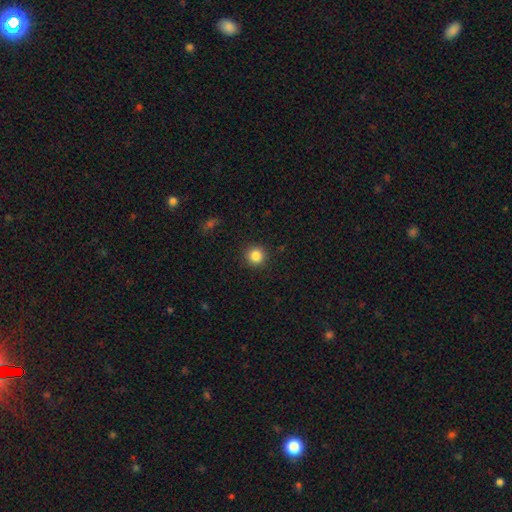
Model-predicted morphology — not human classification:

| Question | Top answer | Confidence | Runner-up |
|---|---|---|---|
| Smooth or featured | smooth | 85% | star or artifact (11%) |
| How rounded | round | 95% | in between (5%) |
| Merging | none | 91% | minor disturbance (6%) |